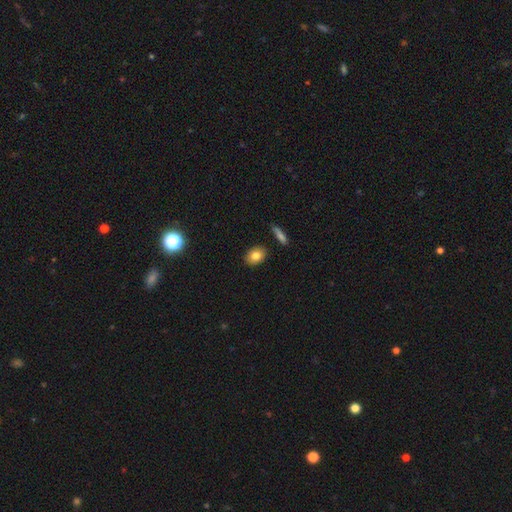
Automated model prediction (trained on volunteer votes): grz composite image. It shows a smooth galaxy with no disk features (81%) that is in between round and cigar-shaped (73%). Merging: none (87%).